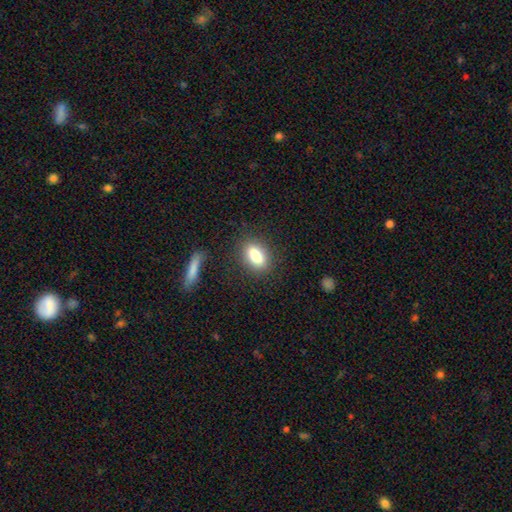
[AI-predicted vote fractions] The model was most divided on "how rounded": in between: 81%, round: 10%, cigar-shaped: 9%. More confident: merging — none (84%); smooth or featured — smooth (82%).